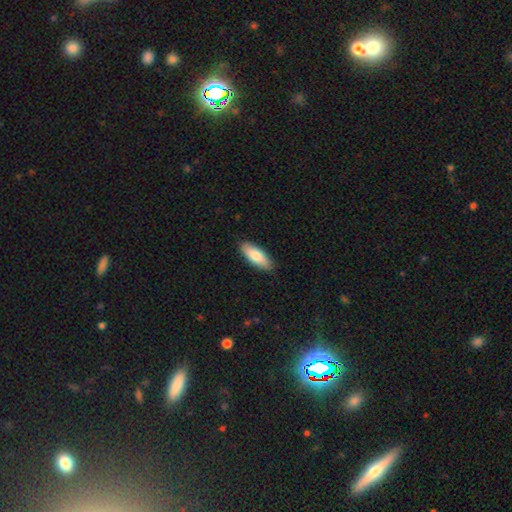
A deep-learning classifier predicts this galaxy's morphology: Smooth or featured? Predicted: smooth (p=0.82). How rounded? Predicted: in between (p=0.70). Merging? Predicted: none (p=0.89).